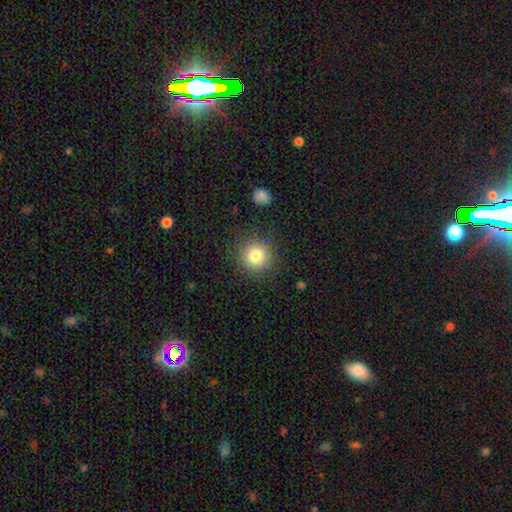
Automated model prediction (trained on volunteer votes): Smooth or featured? Predicted: smooth (p=0.82). How rounded? Predicted: round (p=0.92). Merging? Predicted: none (p=0.87).